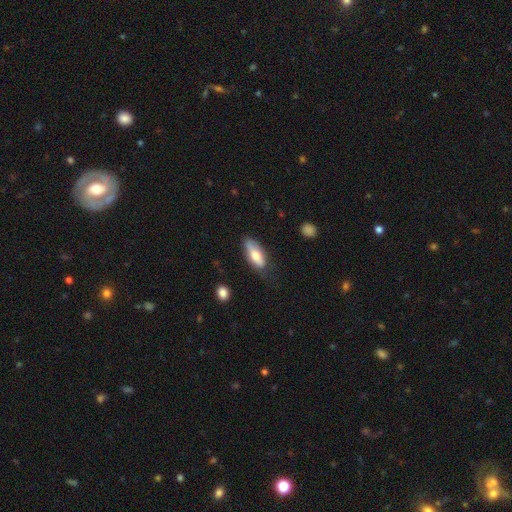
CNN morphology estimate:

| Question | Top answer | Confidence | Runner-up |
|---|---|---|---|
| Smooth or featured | smooth | 69% | featured or disk (25%) |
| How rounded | in between | 77% | cigar-shaped (21%) |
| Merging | none | 68% | minor disturbance (24%) |